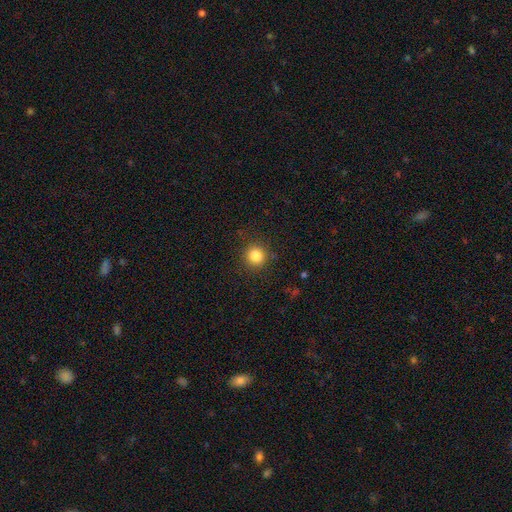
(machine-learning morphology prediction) Smooth or featured?
  - smooth: 84% *
  - star or artifact: 12%
  - featured or disk: 5%
How rounded?
  - round: 93% *
  - in between: 6%
  - cigar-shaped: 1%
Merging?
  - none: 90% *
  - minor disturbance: 7%
  - major disturbance: 2%
  - merger: 1%